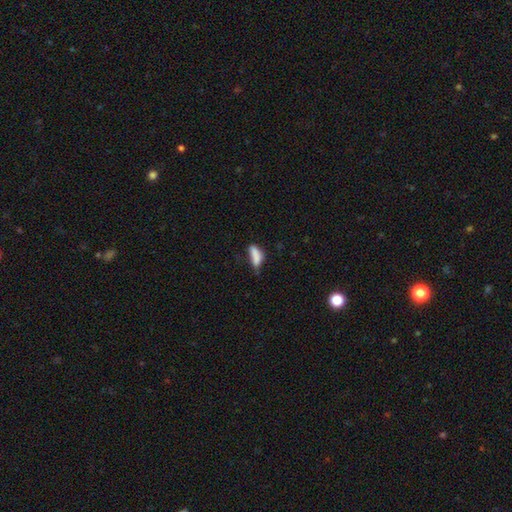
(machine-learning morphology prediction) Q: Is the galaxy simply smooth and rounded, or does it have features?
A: smooth — 81%.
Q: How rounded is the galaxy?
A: in between — 61%.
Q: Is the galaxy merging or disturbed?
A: none — 40%.